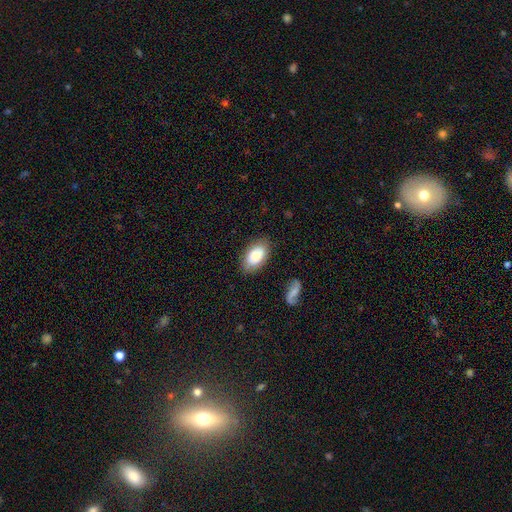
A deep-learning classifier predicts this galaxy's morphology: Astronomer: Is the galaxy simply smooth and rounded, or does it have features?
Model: smooth — 68%.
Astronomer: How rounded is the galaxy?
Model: in between — 91%.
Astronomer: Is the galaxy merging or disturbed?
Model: none — 82%.